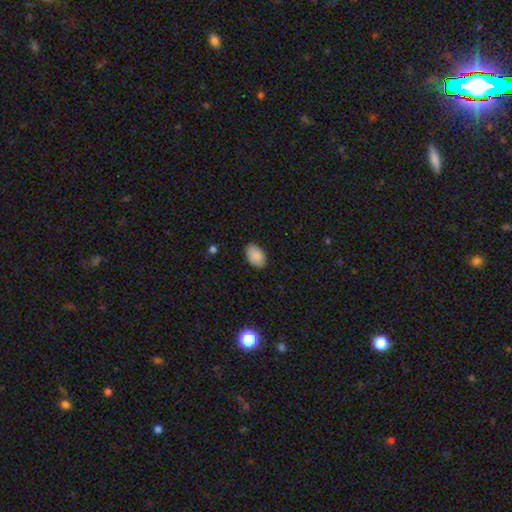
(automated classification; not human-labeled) A smooth galaxy with no disk features (89%) that is in between round and cigar-shaped (93%).

Vote fractions:
- Smooth or featured? smooth: 89% / star or artifact: 7% / featured or disk: 4%
- How rounded? in between: 93% / round: 6% / cigar-shaped: 1%
- Merging? none: 87% / minor disturbance: 10% / major disturbance: 2% / merger: 1%